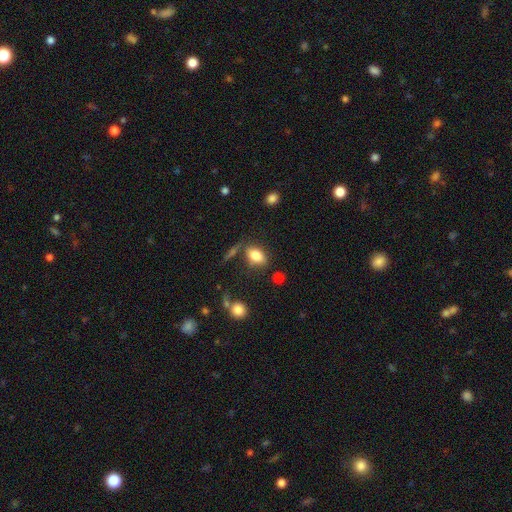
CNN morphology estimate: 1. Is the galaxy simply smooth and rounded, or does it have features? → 81% smooth, 10% featured or disk, 9% star or artifact.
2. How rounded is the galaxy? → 85% in between, 12% round, 3% cigar-shaped.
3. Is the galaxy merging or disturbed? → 71% none, 16% minor disturbance, 8% merger, 5% major disturbance.